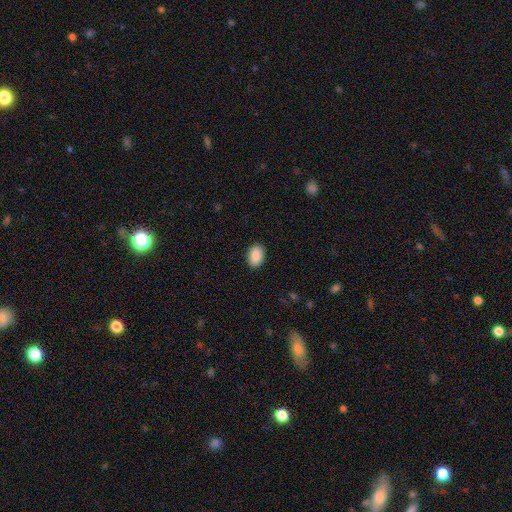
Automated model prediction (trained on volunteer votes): smooth_or_featured: smooth (p=0.88) [alt: star or artifact p=0.07]
how_rounded: in between (p=0.86) [alt: round p=0.13]
merging: none (p=0.90) [alt: minor disturbance p=0.08]